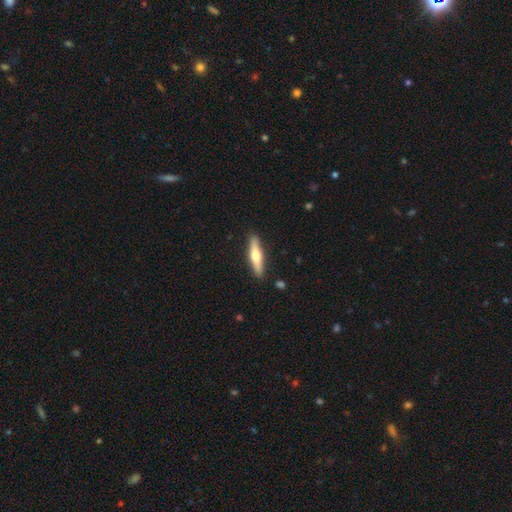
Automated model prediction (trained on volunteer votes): This appears to be a featured or disk galaxy (50%) viewed edge-on (94%). Merging: none (90%).